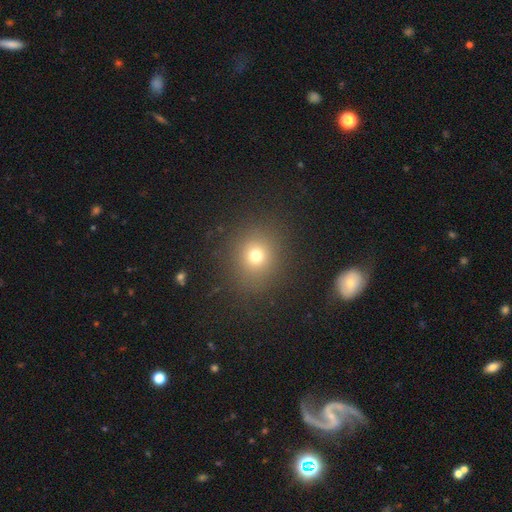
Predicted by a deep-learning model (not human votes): A smooth galaxy with no disk features (71%) that is round (83%).

Vote fractions:
- Smooth or featured? smooth: 71% / star or artifact: 19% / featured or disk: 10%
- How rounded? round: 83% / in between: 16% / cigar-shaped: 1%
- Merging? none: 86% / minor disturbance: 8% / major disturbance: 4% / merger: 1%